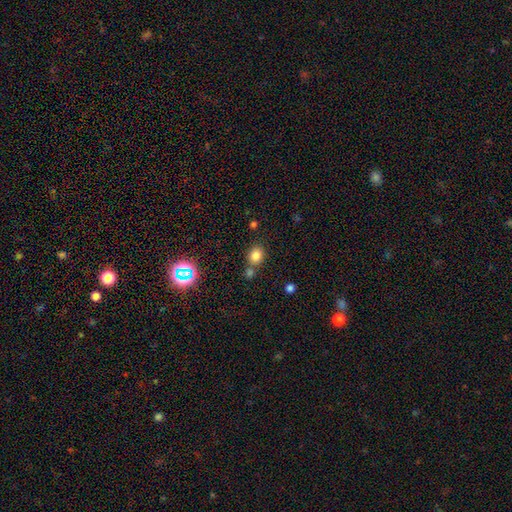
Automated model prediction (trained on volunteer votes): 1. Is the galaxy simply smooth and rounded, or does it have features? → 80% smooth, 14% star or artifact, 6% featured or disk.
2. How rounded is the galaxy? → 59% round, 40% in between, 1% cigar-shaped.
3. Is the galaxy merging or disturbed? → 65% none, 20% merger, 11% minor disturbance, 4% major disturbance.